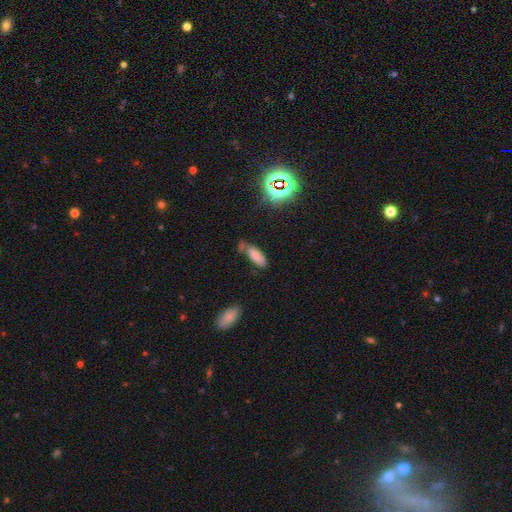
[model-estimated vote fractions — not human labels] A smooth galaxy with no disk features (76%) that is in between round and cigar-shaped (69%). Merging: none (48%).